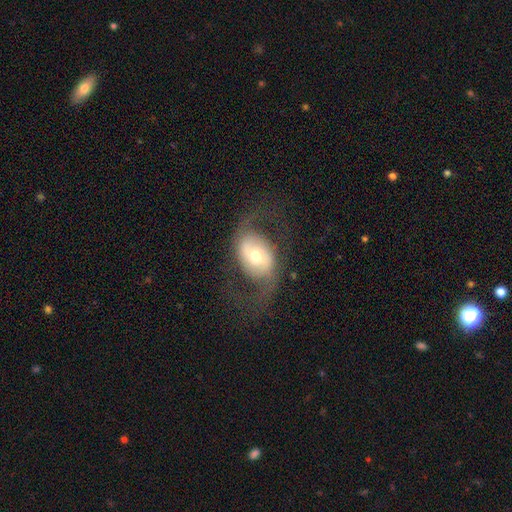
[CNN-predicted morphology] This is likely a featured or disk galaxy (70%). It is clearly not viewed edge-on (95%). Bar: possibly no (53%). Spiral arm pattern: clearly yes (81%). Spiral arm count: clearly 2 (89%). Spiral winding: possibly loose (59%). Central bulge: likely moderate (66%). Merging: likely none (65%).